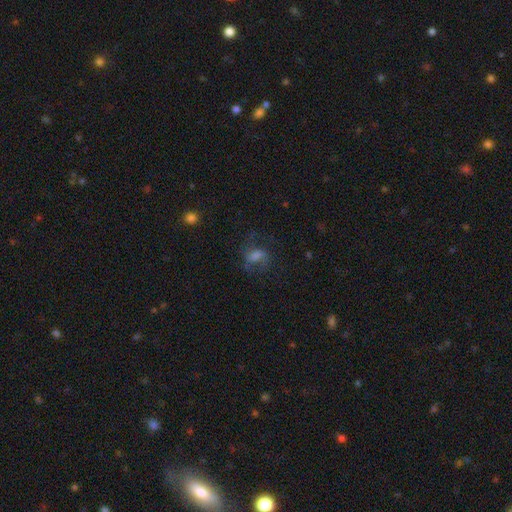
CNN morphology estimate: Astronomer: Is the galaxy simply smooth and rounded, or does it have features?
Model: featured or disk — 46% (runner-up: smooth, 34%).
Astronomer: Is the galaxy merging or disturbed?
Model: none — 59%.